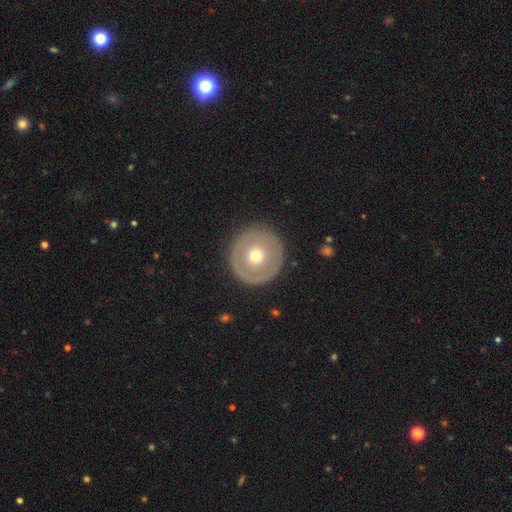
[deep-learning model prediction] Overall: smooth (49%; featured or disk 44%). Merging: none (88%).